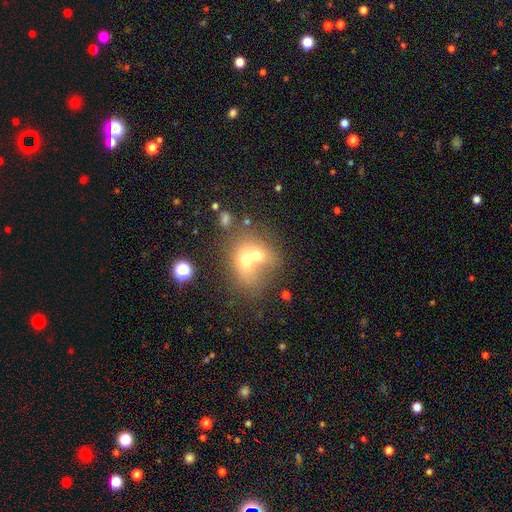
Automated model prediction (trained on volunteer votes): This is possibly a smooth galaxy (54%). How rounded: possibly round (55%). Merging: likely merger (68%).